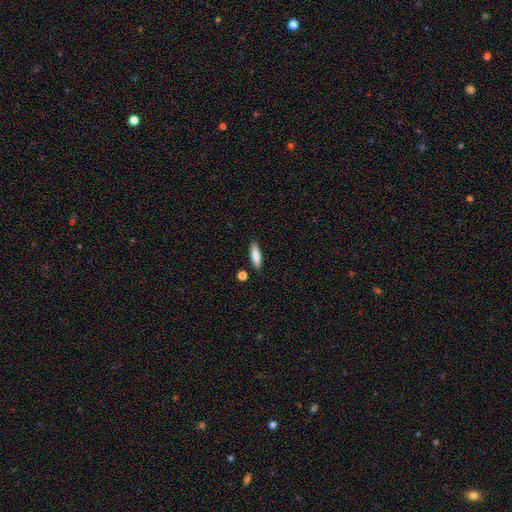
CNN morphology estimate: Smooth or featured? Predicted: smooth (p=0.83). How rounded? Predicted: cigar-shaped (p=0.58). Merging? Predicted: none (p=0.85).